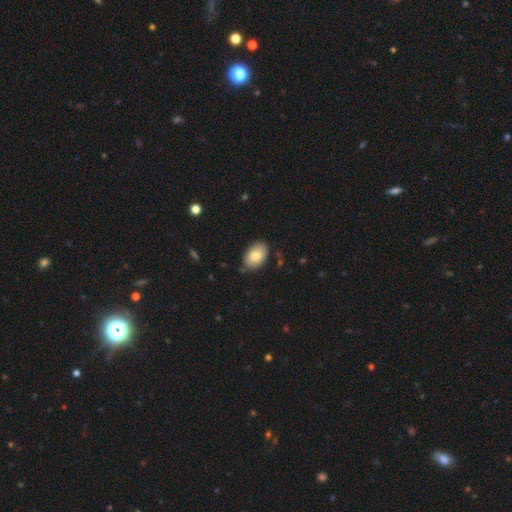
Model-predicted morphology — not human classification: type=smooth (81%); roundness=in between (88%); merging=none (84%).